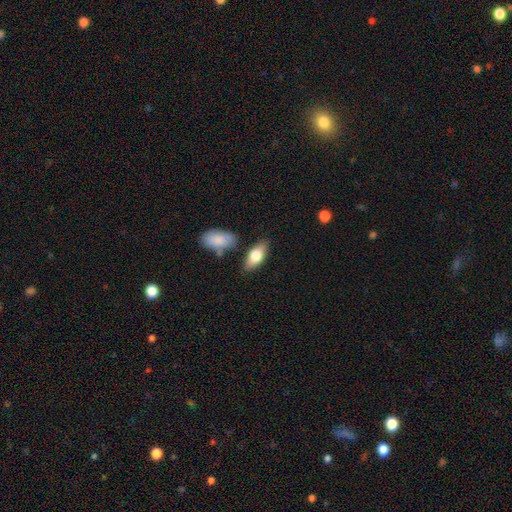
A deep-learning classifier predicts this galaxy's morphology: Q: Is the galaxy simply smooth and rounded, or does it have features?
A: smooth — 74%.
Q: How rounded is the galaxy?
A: in between — 85%.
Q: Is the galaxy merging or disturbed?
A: none — 78%.